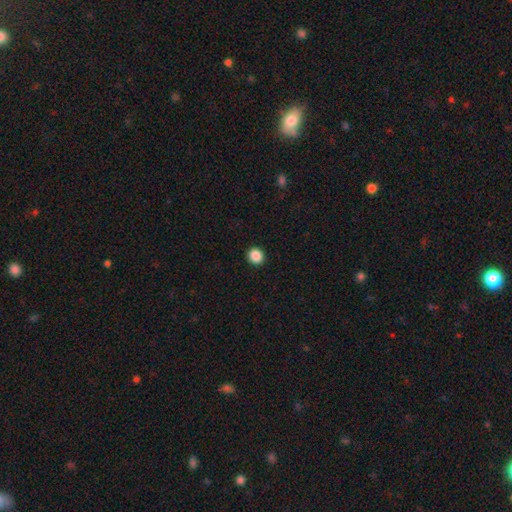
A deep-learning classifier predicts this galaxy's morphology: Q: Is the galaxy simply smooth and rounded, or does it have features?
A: smooth — 88%.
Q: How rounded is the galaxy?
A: round — 84%.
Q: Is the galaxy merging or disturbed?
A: none — 93%.